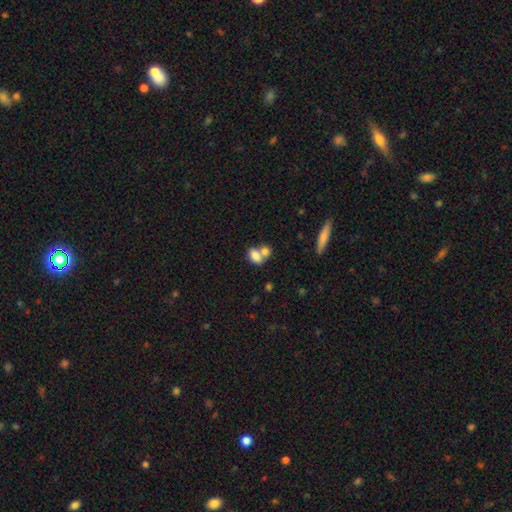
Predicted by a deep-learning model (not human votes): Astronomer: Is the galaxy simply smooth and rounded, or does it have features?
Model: smooth — 79%.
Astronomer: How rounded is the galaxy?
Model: in between — 81%.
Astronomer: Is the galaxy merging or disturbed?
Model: merger — 55% (runner-up: none, 31%).